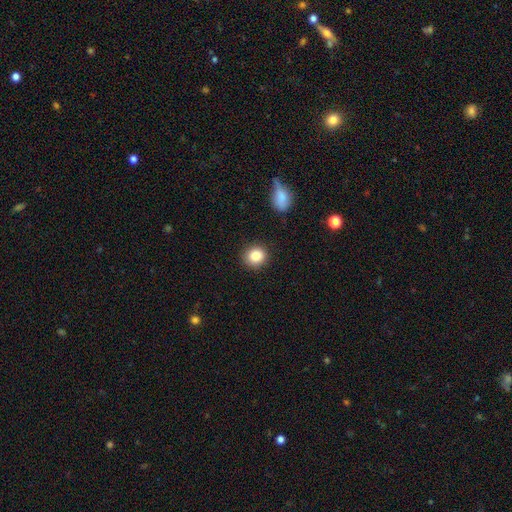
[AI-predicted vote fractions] The model was most divided on "how rounded": round: 83%, in between: 16%, cigar-shaped: 1%. More confident: merging — none (88%); smooth or featured — smooth (86%).